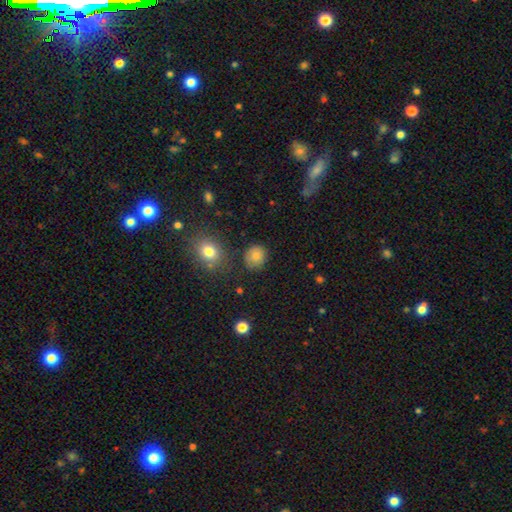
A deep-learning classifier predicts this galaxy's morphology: Smooth or featured: smooth — 83% (star or artifact — 11%)
How rounded: round — 76% (in between — 23%)
Merging: none — 83% (minor disturbance — 11%)